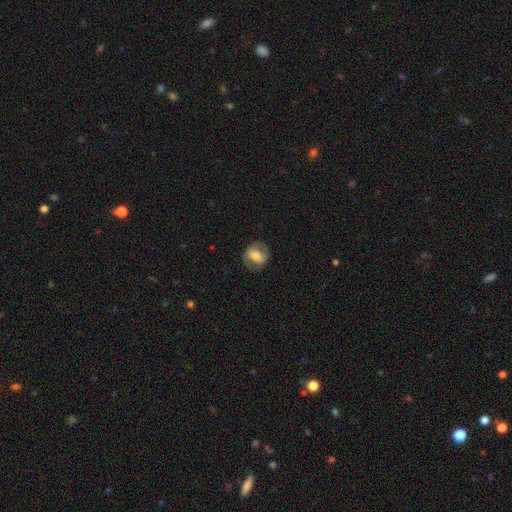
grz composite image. It shows a smooth galaxy with no disk features (50%) that is round (65%). Merging: none (81%).